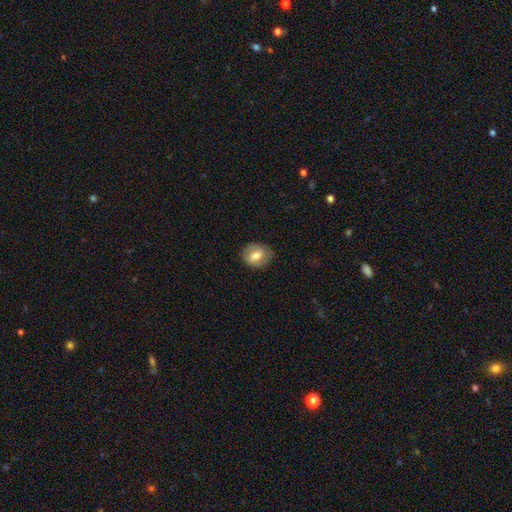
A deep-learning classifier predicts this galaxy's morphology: type=smooth (58%); roundness=in between (58%); merging=none (78%).